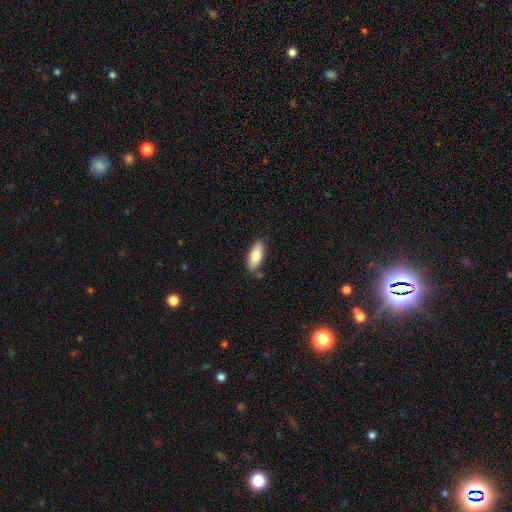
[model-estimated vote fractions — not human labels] Smooth or featured? Predicted: smooth (p=0.80). How rounded? Predicted: in between (p=0.82). Merging? Predicted: none (p=0.78).